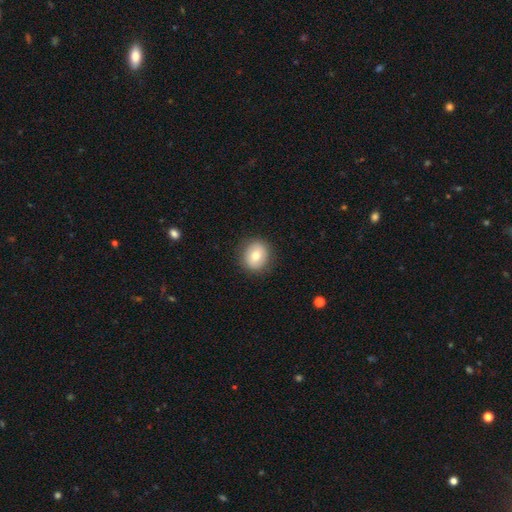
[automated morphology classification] smooth-or-featured: smooth: 73% | featured or disk: 18% | star or artifact: 9%
  how-rounded: round: 82% | in between: 17% | cigar-shaped: 1%
  merging: none: 88% | minor disturbance: 8% | major disturbance: 3% | merger: 1%